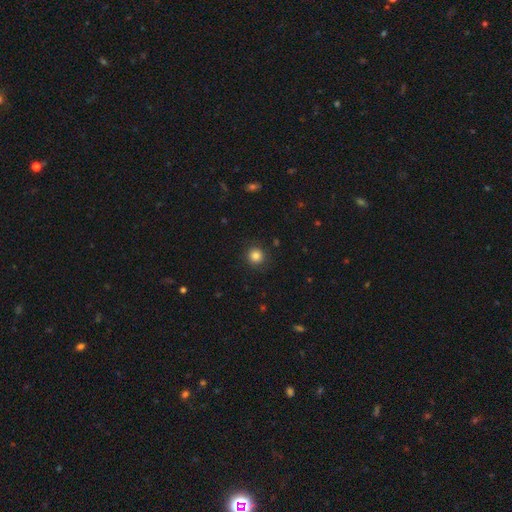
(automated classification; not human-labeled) Q: Smooth or featured?
A: smooth (84%); runner-up: star or artifact (12%)
Q: How rounded?
A: round (94%); runner-up: in between (5%)
Q: Merging?
A: none (89%); runner-up: minor disturbance (8%)